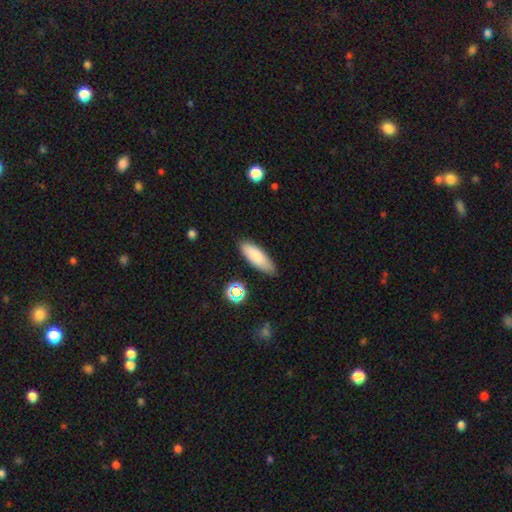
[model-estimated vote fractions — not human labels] Smooth or featured? Predicted: smooth (p=0.82). How rounded? Predicted: in between (p=0.60). Merging? Predicted: none (p=0.83).